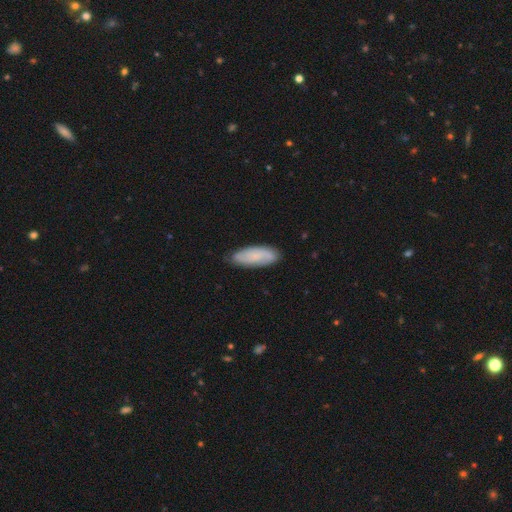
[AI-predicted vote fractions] This is possibly a smooth galaxy (57%). How rounded: likely in between (70%). Merging: likely none (79%).